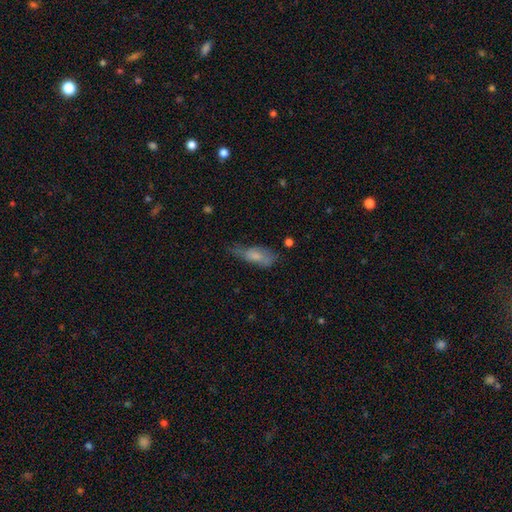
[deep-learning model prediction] A smooth galaxy with no disk features (65%) that is in between round and cigar-shaped (69%). Merging: none (40%).